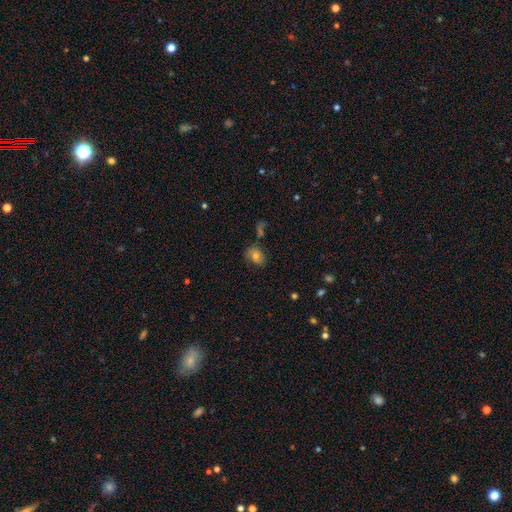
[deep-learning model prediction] Smooth or featured?
  - smooth: 67% *
  - featured or disk: 21%
  - star or artifact: 11%
How rounded?
  - in between: 66% *
  - round: 32%
  - cigar-shaped: 1%
Merging?
  - none: 65% *
  - minor disturbance: 21%
  - major disturbance: 8%
  - merger: 7%